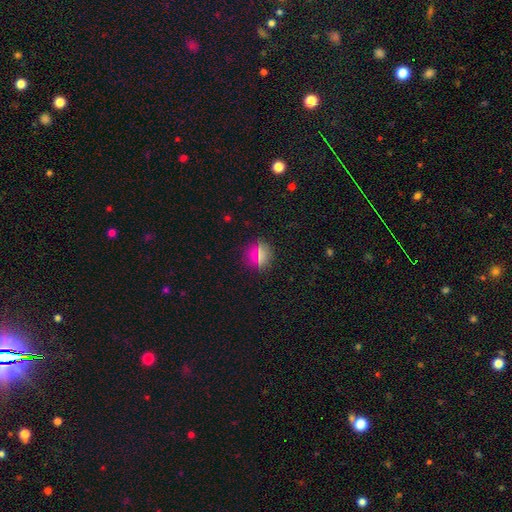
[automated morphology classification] A smooth galaxy with no disk features (71%) that is round (87%).

Vote fractions:
- Smooth or featured? smooth: 71% / star or artifact: 22% / featured or disk: 8%
- How rounded? round: 87% / in between: 10% / cigar-shaped: 3%
- Merging? none: 88% / minor disturbance: 8% / major disturbance: 3% / merger: 2%